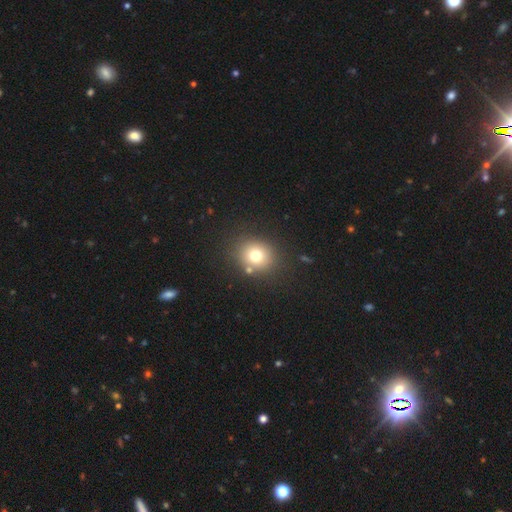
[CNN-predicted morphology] smooth-or-featured: smooth: 74% | star or artifact: 14% | featured or disk: 11%
  how-rounded: round: 73% | in between: 26% | cigar-shaped: 1%
  merging: none: 82% | minor disturbance: 9% | merger: 6% | major disturbance: 3%